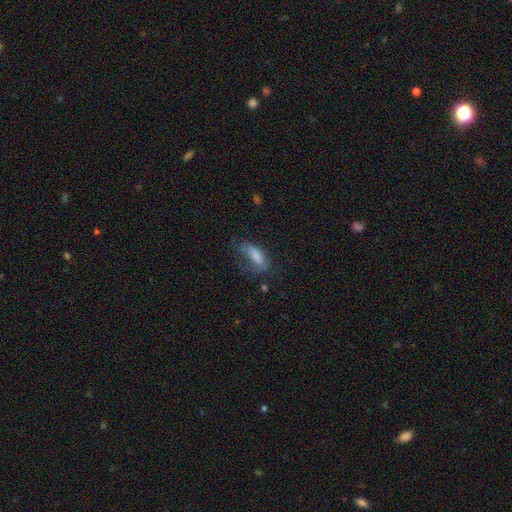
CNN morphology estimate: A smooth galaxy with no disk features (72%) that is in between round and cigar-shaped (64%). Merging: none (50%).